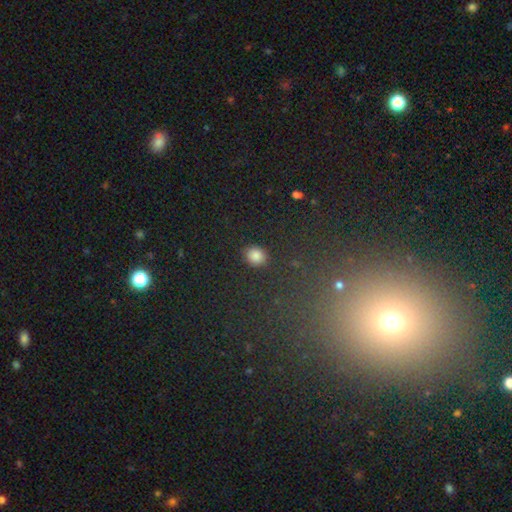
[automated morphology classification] type=smooth (83%); roundness=round (74%); merging=none (88%).